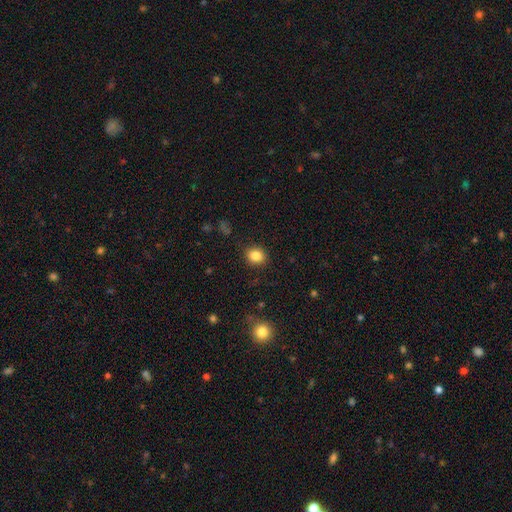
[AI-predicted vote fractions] Smooth or featured?
  - smooth: 85% *
  - star or artifact: 10%
  - featured or disk: 5%
How rounded?
  - round: 70% *
  - in between: 29%
  - cigar-shaped: 1%
Merging?
  - none: 88% *
  - minor disturbance: 8%
  - major disturbance: 3%
  - merger: 1%